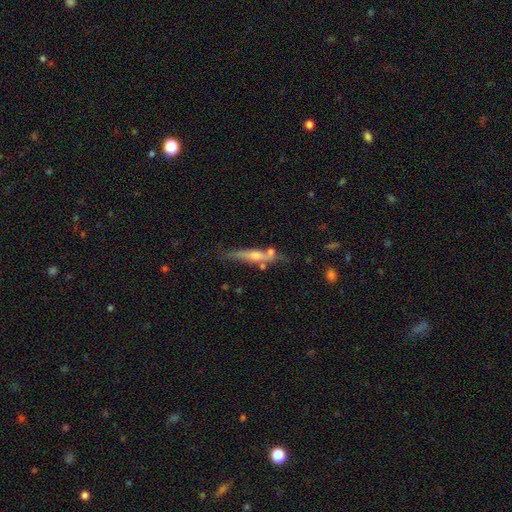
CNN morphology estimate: Smooth or featured?
  - featured or disk: 56% *
  - smooth: 36%
  - star or artifact: 8%
Edge-on disk?
  - yes: 88% *
  - no: 12%
Merging?
  - none: 62% *
  - minor disturbance: 19%
  - merger: 13%
  - major disturbance: 6%